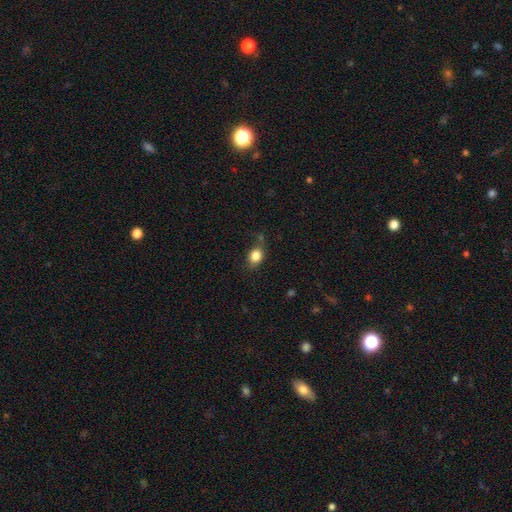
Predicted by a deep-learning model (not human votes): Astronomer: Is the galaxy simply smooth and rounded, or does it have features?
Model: smooth — 83%.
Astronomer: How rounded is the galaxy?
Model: in between — 55% (runner-up: round, 44%).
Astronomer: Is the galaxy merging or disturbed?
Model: none — 66%.